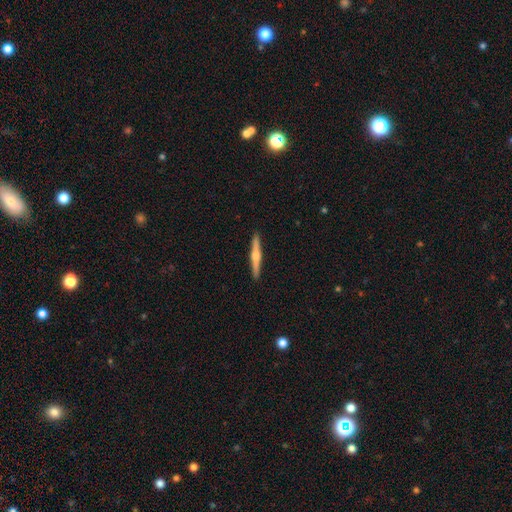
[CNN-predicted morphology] A featured or disk galaxy (69%) viewed edge-on (98%) with a rounded central bulge (88%). Merging: none (92%).